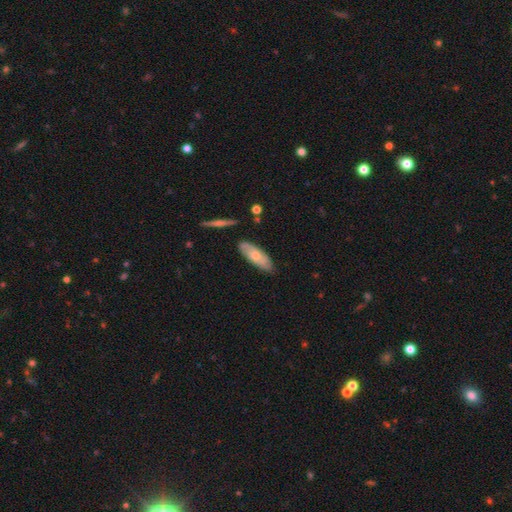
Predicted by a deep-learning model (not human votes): A smooth galaxy with no disk features (51%) that is in between round and cigar-shaped (70%). Merging: none (78%).